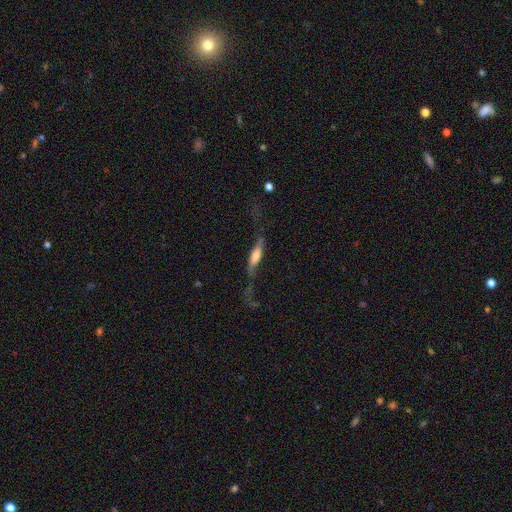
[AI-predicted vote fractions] Smooth or featured: featured or disk — 55% (smooth — 39%)
Edge-on disk: yes — 70% (no — 30%)
Merging: none — 39% (major disturbance — 34%)